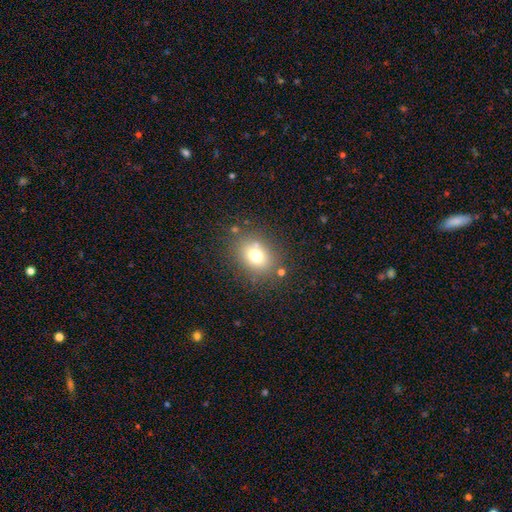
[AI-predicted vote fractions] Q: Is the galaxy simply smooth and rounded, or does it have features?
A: smooth — 72%.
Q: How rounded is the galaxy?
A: round — 54%.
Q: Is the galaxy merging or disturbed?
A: none — 78%.